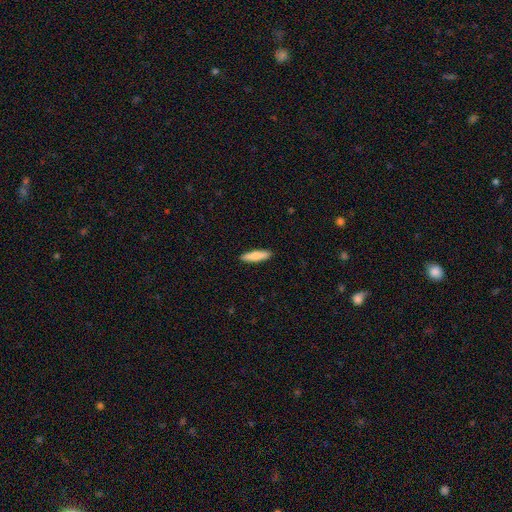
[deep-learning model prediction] Morphology: type=smooth (79%); roundness=cigar-shaped (75%); merging=none (91%).